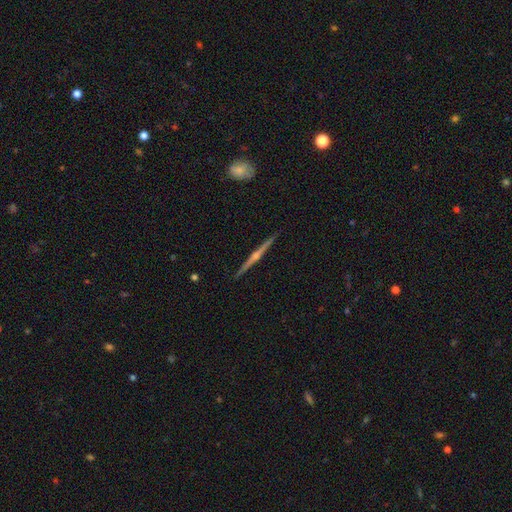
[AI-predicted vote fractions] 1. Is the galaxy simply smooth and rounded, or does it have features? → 82% featured or disk, 12% smooth, 6% star or artifact.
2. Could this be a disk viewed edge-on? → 98% yes, 2% no.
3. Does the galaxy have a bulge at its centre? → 80% rounded, 14% none, 6% boxy.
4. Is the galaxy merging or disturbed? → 92% none, 6% minor disturbance, 1% major disturbance, 1% merger.